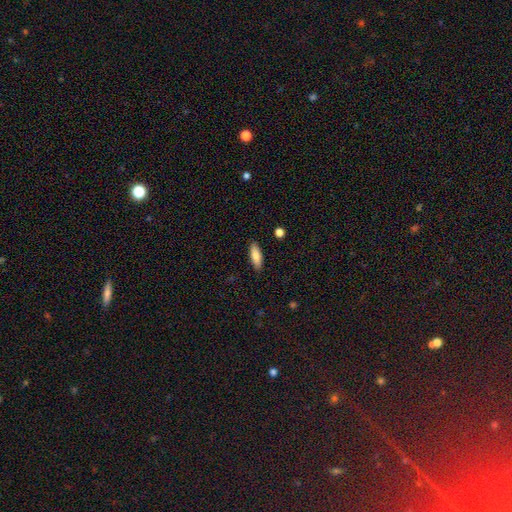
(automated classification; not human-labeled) The model was most divided on "how rounded": in between: 60%, cigar-shaped: 38%, round: 2%. More confident: merging — none (89%); smooth or featured — smooth (80%).